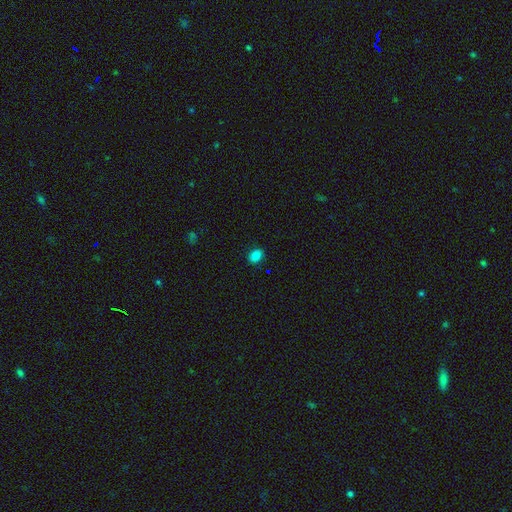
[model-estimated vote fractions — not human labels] A smooth galaxy with no disk features (85%) that is in between round and cigar-shaped (67%).

Vote fractions:
- Smooth or featured? smooth: 85% / star or artifact: 11% / featured or disk: 4%
- How rounded? in between: 67% / round: 32% / cigar-shaped: 1%
- Merging? none: 88% / minor disturbance: 9% / major disturbance: 2% / merger: 1%